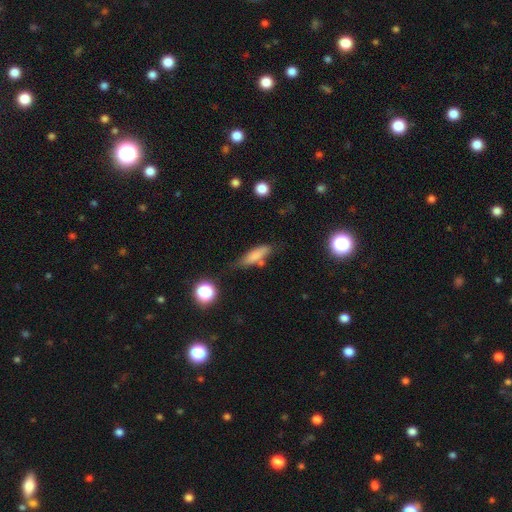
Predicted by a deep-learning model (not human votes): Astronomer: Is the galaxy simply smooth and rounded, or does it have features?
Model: smooth — 76%.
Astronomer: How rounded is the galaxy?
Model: cigar-shaped — 51% (runner-up: in between, 46%).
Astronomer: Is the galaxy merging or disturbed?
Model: none — 60%.